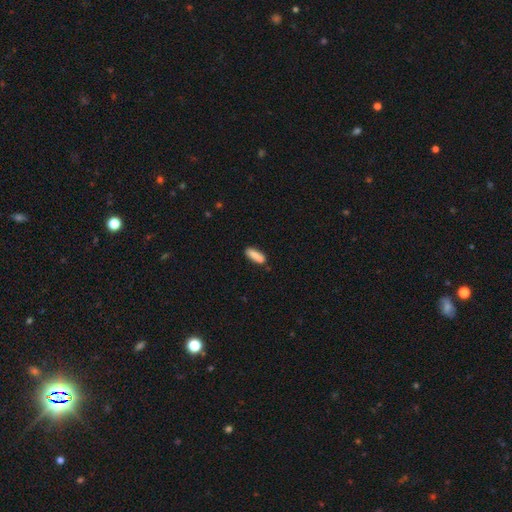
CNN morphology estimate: A smooth galaxy with no disk features (85%) that is cigar-shaped (49%, tied with in between).

Vote fractions:
- Smooth or featured? smooth: 85% / featured or disk: 8% / star or artifact: 7%
- How rounded? cigar-shaped: 49% (tied) / in between: 49% (tied) / round: 2%
- Merging? none: 76% / minor disturbance: 14% / merger: 7% / major disturbance: 3%